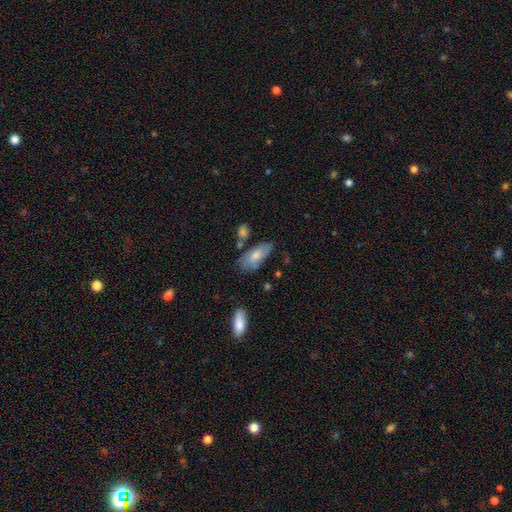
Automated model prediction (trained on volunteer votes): This is likely a smooth galaxy (71%). How rounded: clearly in between (88%). Merging: possibly none (57%).